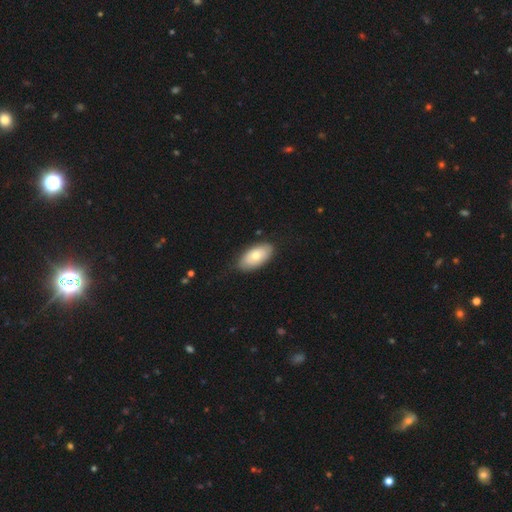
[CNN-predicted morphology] A smooth galaxy with no disk features (68%) that is in between round and cigar-shaped (94%). Merging: none (81%).